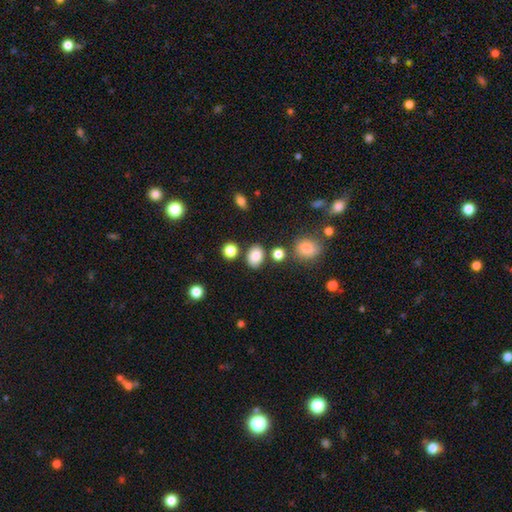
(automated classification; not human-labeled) Q: Smooth or featured?
A: smooth (83%); runner-up: star or artifact (11%)
Q: How rounded?
A: in between (70%); runner-up: round (29%)
Q: Merging?
A: none (79%); runner-up: minor disturbance (11%)